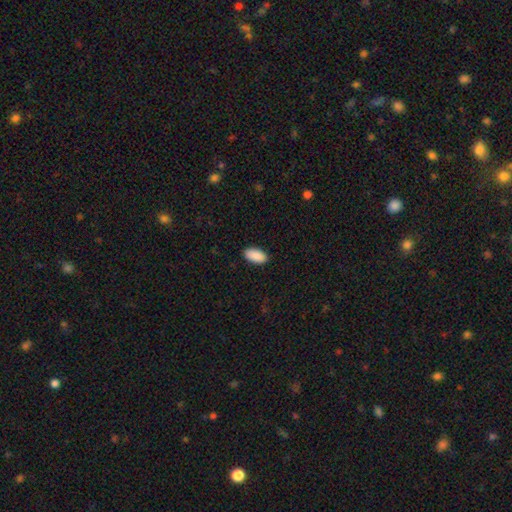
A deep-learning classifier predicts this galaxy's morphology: A smooth galaxy with no disk features (91%) that is in between round and cigar-shaped (94%). Merging: none (89%).